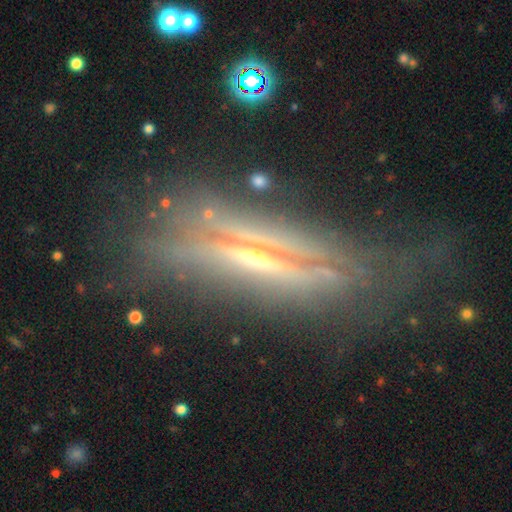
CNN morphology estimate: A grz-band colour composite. It shows a featured or disk galaxy (77%) viewed edge-on (86%) with a rounded central bulge (68%). Merging: none (61%).